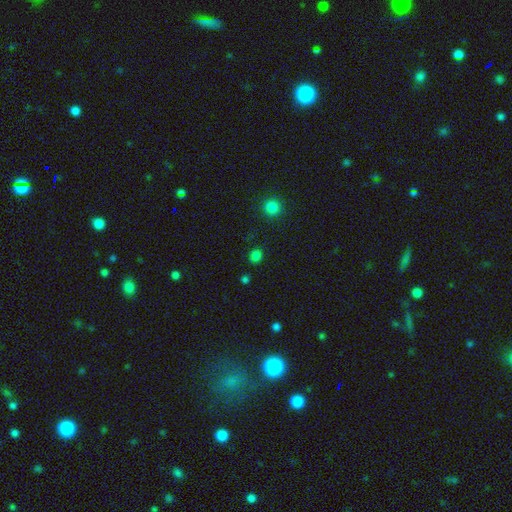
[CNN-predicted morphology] This appears to be a smooth galaxy with no disk features (77%) that is round (75%). Merging: none (86%).